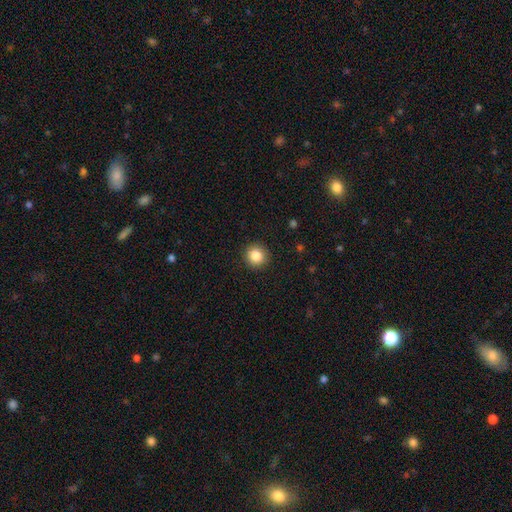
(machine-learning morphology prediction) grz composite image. It shows a smooth galaxy with no disk features (85%) that is round (93%). Merging: none (92%).